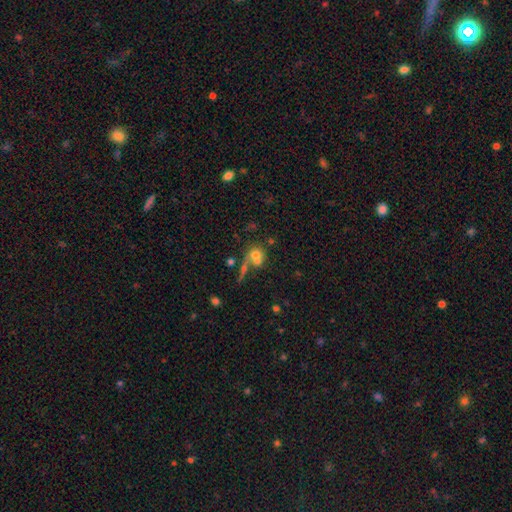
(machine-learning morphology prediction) A smooth galaxy with no disk features (64%) that is round (63%).

Vote fractions:
- Smooth or featured? smooth: 64% / featured or disk: 22% / star or artifact: 14%
- How rounded? round: 63% / in between: 33% / cigar-shaped: 4%
- Merging? merger: 46% / none: 32% / major disturbance: 12% / minor disturbance: 9%